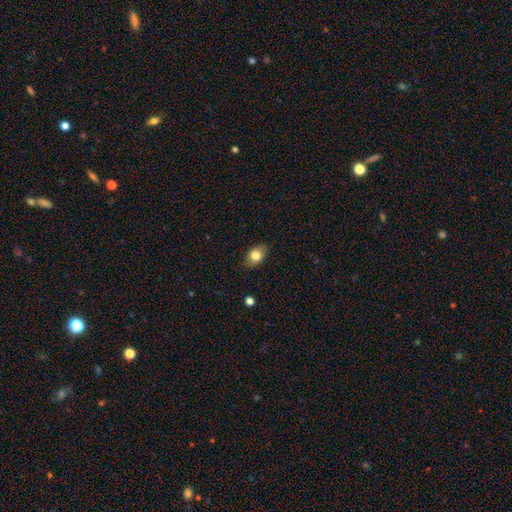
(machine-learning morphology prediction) This appears to be a smooth galaxy with no disk features (79%) that is in between round and cigar-shaped (79%). Merging: none (84%).